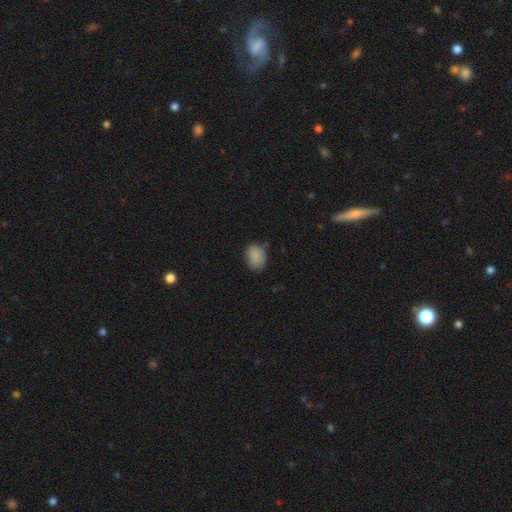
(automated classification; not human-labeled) smooth_or_featured: smooth (p=0.87) [alt: star or artifact p=0.09]
how_rounded: in between (p=0.57) [alt: round p=0.42]
merging: none (p=0.74) [alt: minor disturbance p=0.20]